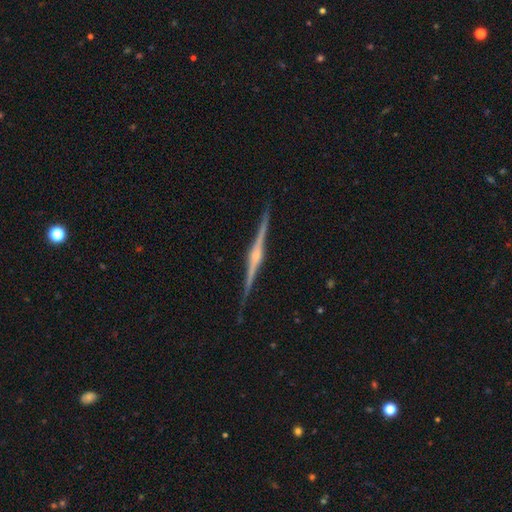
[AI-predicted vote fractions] featured or disk 89%, smooth 7%, star or artifact 5%. Down the decision tree: edge-on disk — yes (99%); edge-on bulge — rounded (76%); merging — none (91%).